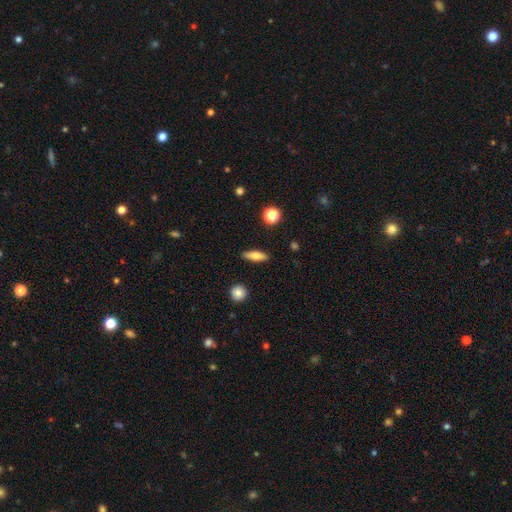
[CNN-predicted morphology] smooth_or_featured: smooth (p=0.74) [alt: featured or disk p=0.19]
how_rounded: in between (p=0.52) [alt: cigar-shaped p=0.43]
merging: none (p=0.89) [alt: minor disturbance p=0.08]